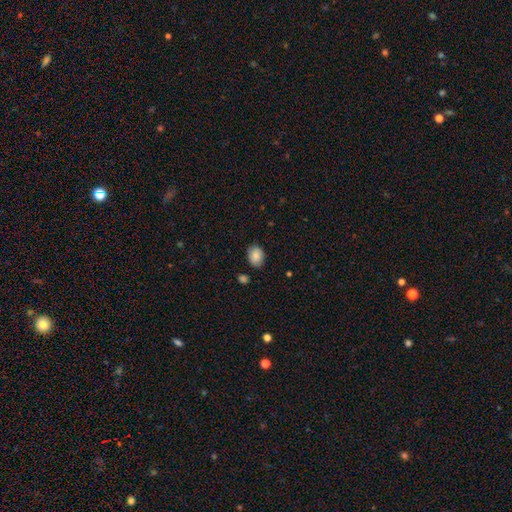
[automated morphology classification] Overall: smooth (87%). How rounded: in between (63%; round 36%). Merging: none (82%).